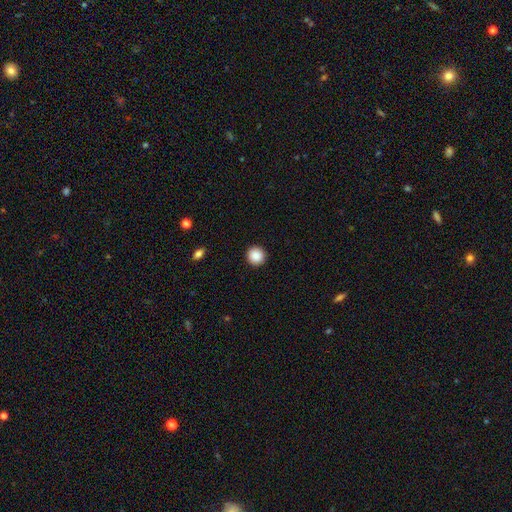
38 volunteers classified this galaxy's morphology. Smooth or featured: smooth — 89% (star or artifact — 8%)
How rounded: round — 94% (in between — 6%)
Merging: none — 97% (minor disturbance — 3%)